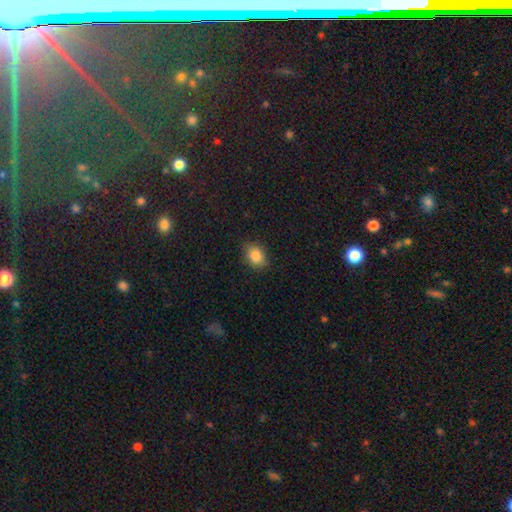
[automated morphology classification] This is clearly a smooth galaxy (86%). How rounded: likely in between (64%). Merging: clearly none (84%).